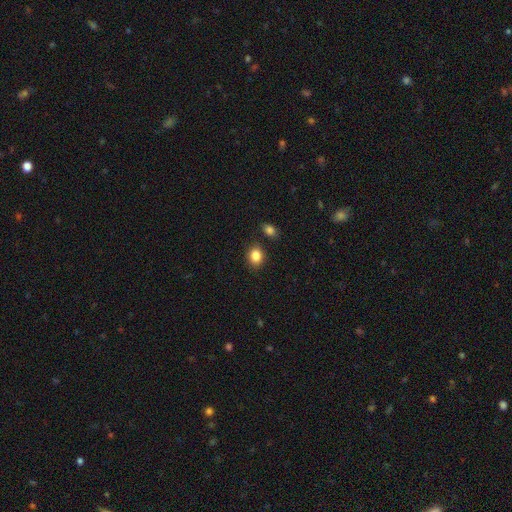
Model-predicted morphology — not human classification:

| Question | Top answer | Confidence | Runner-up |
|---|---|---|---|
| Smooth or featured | smooth | 85% | star or artifact (10%) |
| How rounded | round | 53% | in between (46%) |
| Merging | none | 82% | minor disturbance (10%) |